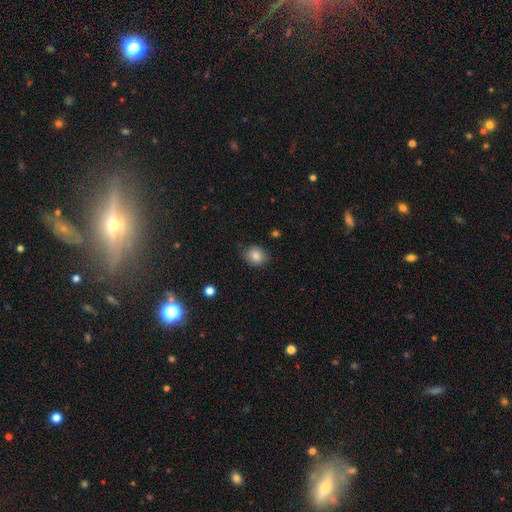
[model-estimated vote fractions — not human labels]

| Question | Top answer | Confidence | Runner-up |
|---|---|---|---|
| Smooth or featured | smooth | 85% | star or artifact (9%) |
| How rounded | round | 67% | in between (32%) |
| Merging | none | 80% | minor disturbance (16%) |